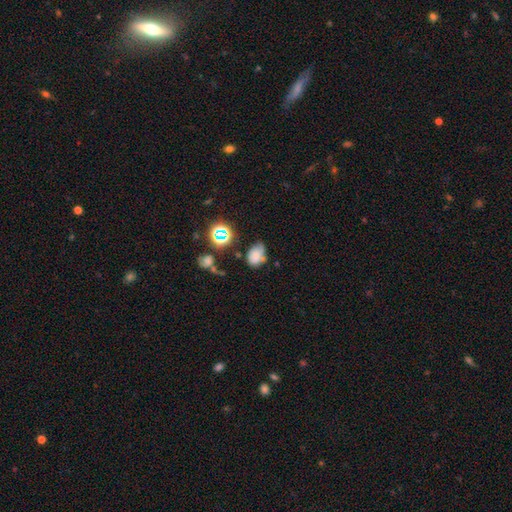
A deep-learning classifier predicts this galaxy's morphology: Q: Smooth or featured?
A: smooth (67%); runner-up: star or artifact (18%)
Q: How rounded?
A: in between (77%); runner-up: round (22%)
Q: Merging?
A: none (44%); runner-up: minor disturbance (34%)